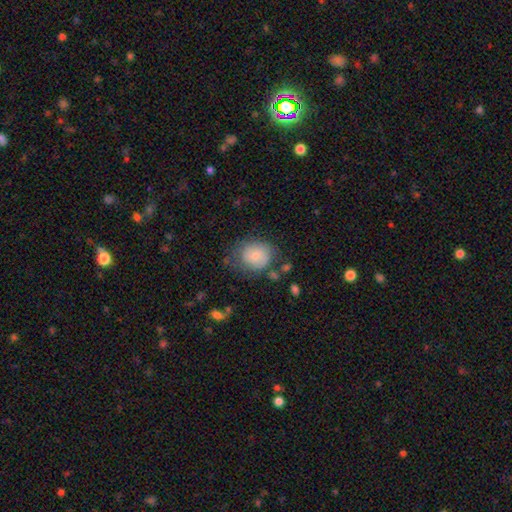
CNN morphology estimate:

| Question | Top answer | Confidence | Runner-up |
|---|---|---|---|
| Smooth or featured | smooth | 67% | featured or disk (25%) |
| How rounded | round | 66% | in between (33%) |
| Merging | none | 58% | minor disturbance (26%) |